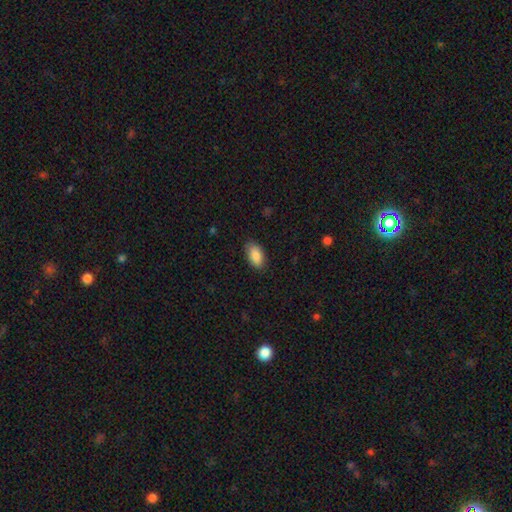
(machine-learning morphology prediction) smooth_or_featured: smooth (p=0.88) [alt: star or artifact p=0.06]
how_rounded: in between (p=0.94) [alt: round p=0.03]
merging: none (p=0.86) [alt: minor disturbance p=0.11]